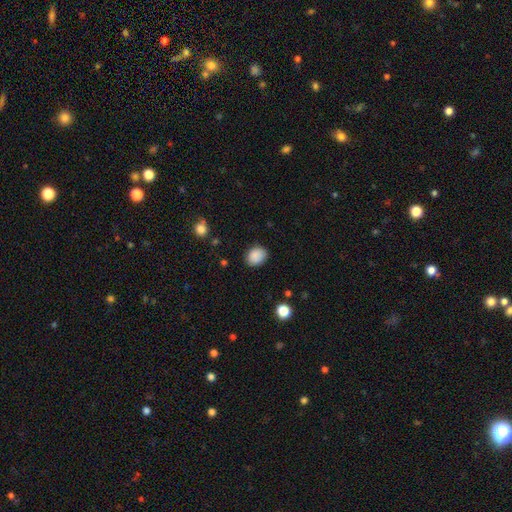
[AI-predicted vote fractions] A smooth galaxy with no disk features (88%) that is round (54%). Merging: none (83%).